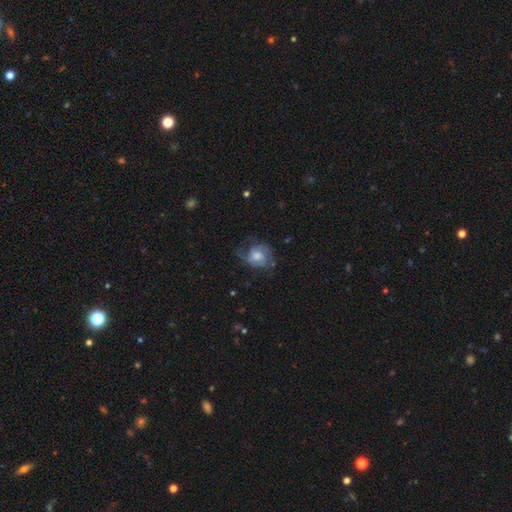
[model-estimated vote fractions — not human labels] This is possibly a featured or disk galaxy (47%). Merging: possibly none (48%).